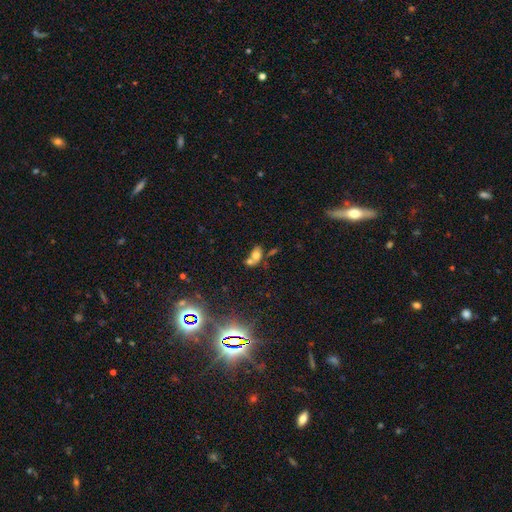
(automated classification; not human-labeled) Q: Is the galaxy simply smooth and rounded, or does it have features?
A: smooth — 63%.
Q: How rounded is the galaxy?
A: in between — 76%.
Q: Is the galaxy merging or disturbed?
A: merger — 58%.